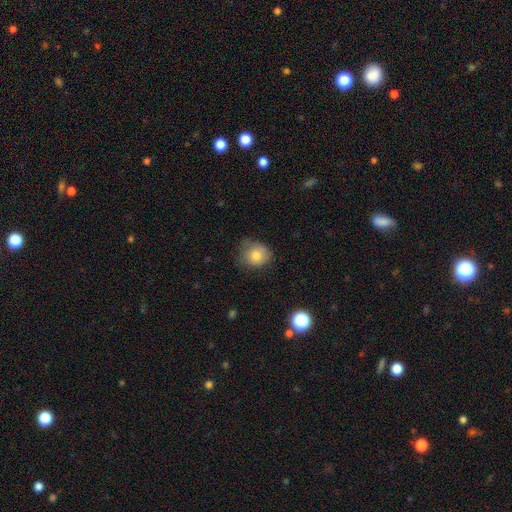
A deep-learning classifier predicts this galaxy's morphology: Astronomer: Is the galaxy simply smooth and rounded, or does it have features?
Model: smooth — 78%.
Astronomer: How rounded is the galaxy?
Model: round — 77%.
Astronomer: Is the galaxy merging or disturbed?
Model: none — 63%.